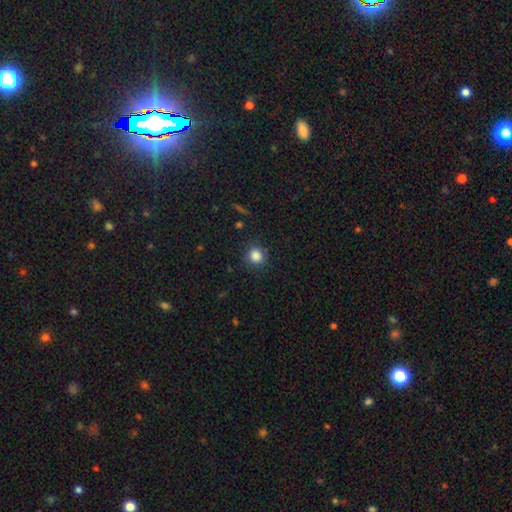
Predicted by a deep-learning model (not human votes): Smooth or featured: smooth — 85% (star or artifact — 11%)
How rounded: round — 87% (in between — 12%)
Merging: none — 83% (minor disturbance — 12%)